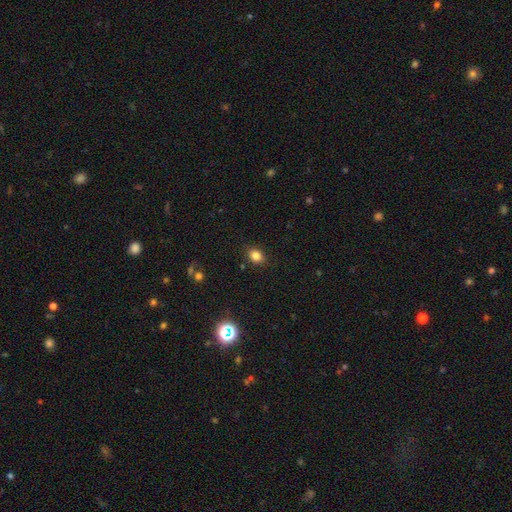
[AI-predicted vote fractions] Overall: smooth (82%). How rounded: in between (61%; round 38%). Merging: none (87%).